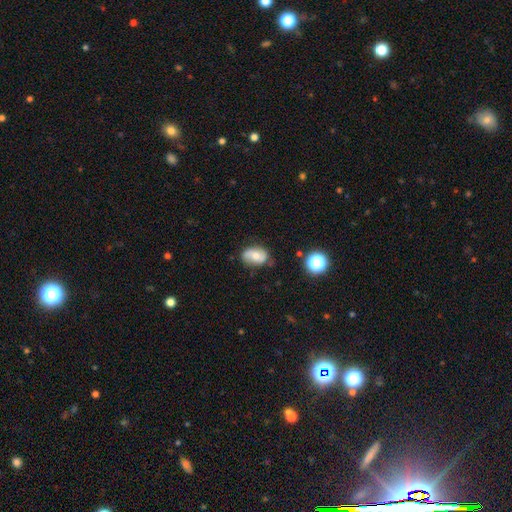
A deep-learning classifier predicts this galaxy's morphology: A featured or disk galaxy (45%, tied with smooth). Merging: none (70%).